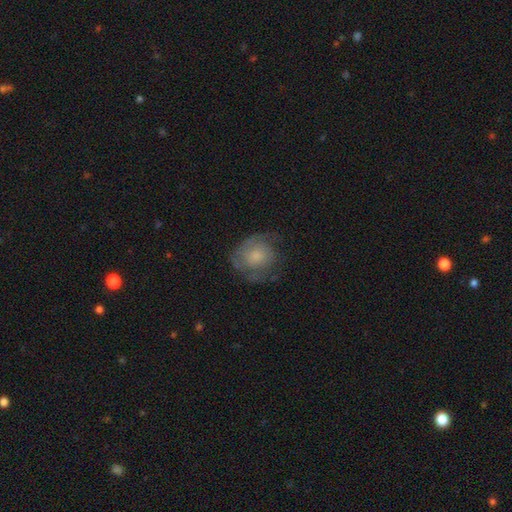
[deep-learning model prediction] Smooth or featured?
  - featured or disk: 48% *
  - smooth: 44%
  - star or artifact: 8%
Merging?
  - none: 57% *
  - minor disturbance: 24%
  - major disturbance: 18%
  - merger: 1%